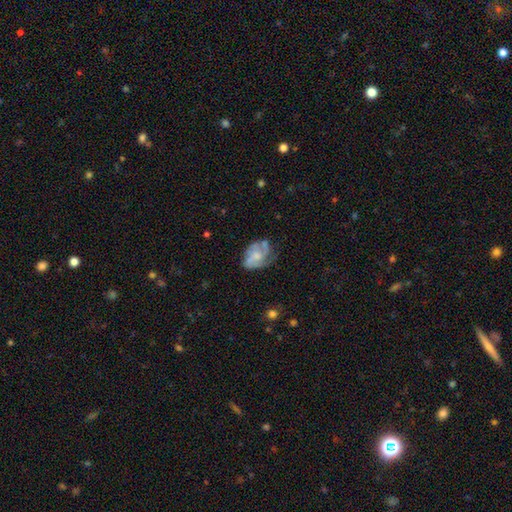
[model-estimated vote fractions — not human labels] The model was most divided on "bulge size": small: 36%, moderate: 35%, none: 22%, large: 5%, dominant: 1%. Remaining: edge-on disk — no (97%); spiral arms — yes (74%); bar — no (72%); smooth or featured — featured or disk (64%); merging — none (48%).